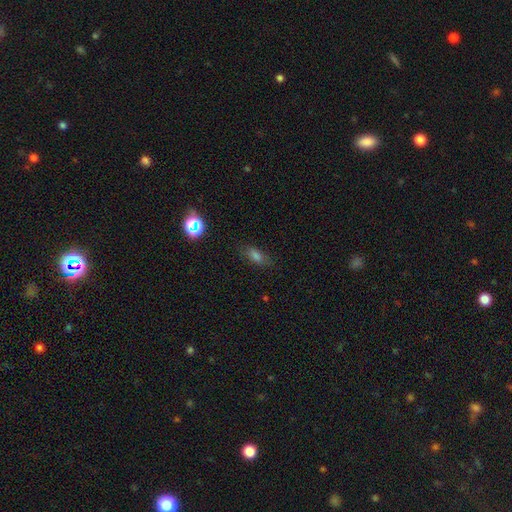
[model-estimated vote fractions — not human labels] Smooth or featured: smooth — 70% (star or artifact — 18%)
How rounded: in between — 74% (cigar-shaped — 19%)
Merging: none — 78% (minor disturbance — 15%)